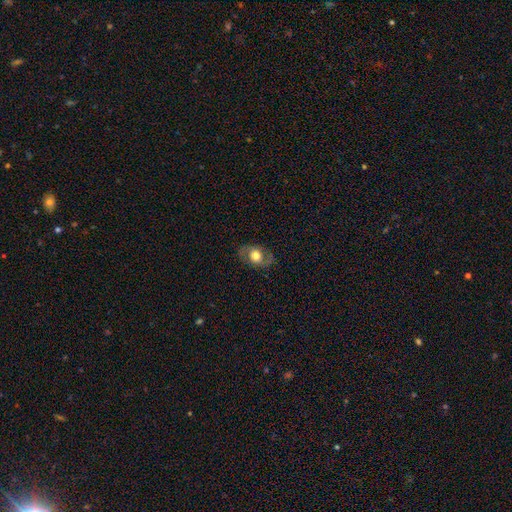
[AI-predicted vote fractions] Smooth or featured: smooth — 47% (featured or disk — 45%)
Merging: none — 80% (minor disturbance — 13%)